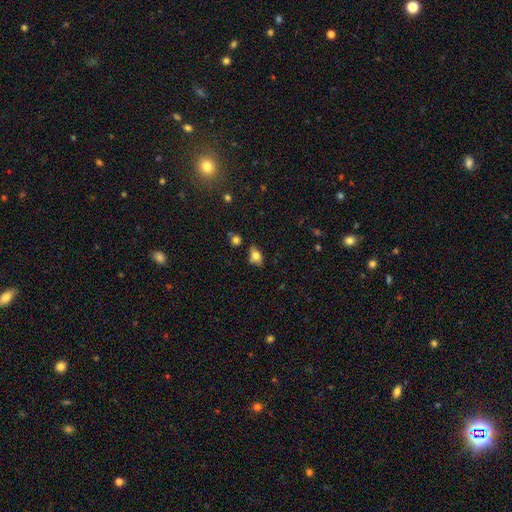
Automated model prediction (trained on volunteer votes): smooth_or_featured: smooth (p=0.74) [alt: featured or disk p=0.16]
how_rounded: in between (p=0.70) [alt: round p=0.27]
merging: none (p=0.62) [alt: minor disturbance p=0.26]